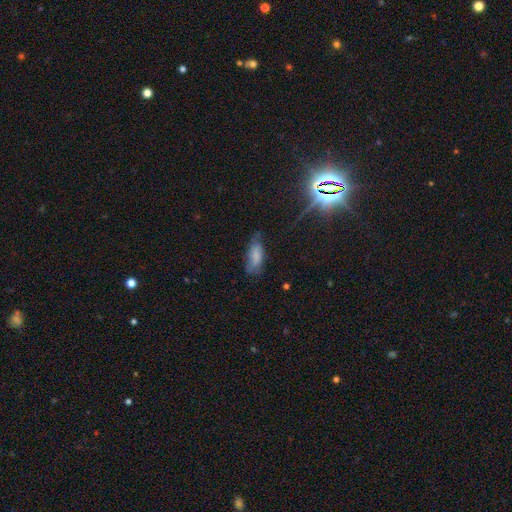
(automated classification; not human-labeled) Smooth or featured?
  - smooth: 66% *
  - featured or disk: 23%
  - star or artifact: 11%
How rounded?
  - in between: 81% *
  - cigar-shaped: 17%
  - round: 2%
Merging?
  - none: 50% *
  - minor disturbance: 35%
  - major disturbance: 13%
  - merger: 2%